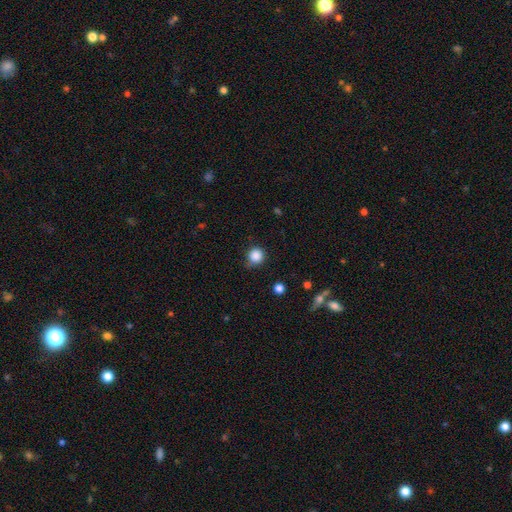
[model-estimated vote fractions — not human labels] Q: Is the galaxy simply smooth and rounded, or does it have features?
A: smooth — 86%.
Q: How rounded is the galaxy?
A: round — 93%.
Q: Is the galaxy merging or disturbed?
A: none — 79%.